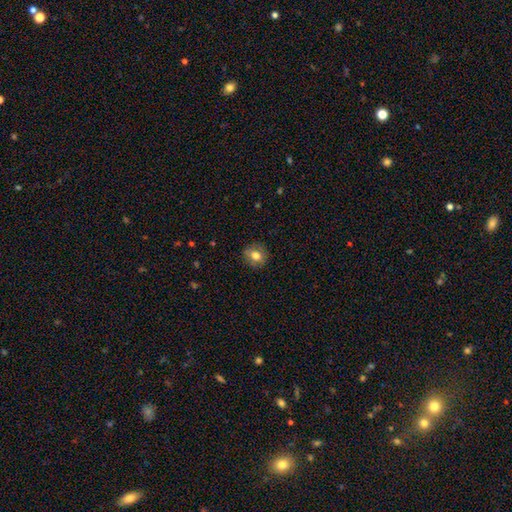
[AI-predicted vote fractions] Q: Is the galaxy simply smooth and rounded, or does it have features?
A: smooth — 74%.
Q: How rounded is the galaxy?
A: round — 82%.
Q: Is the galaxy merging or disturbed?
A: none — 86%.